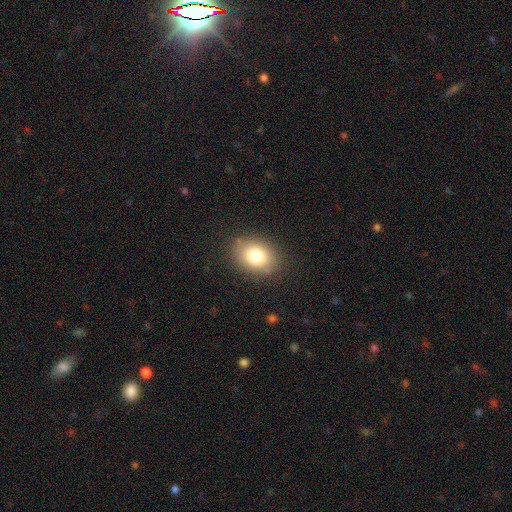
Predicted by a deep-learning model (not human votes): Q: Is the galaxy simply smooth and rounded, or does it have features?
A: smooth — 80%.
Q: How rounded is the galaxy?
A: in between — 65%.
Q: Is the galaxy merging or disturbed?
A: none — 83%.